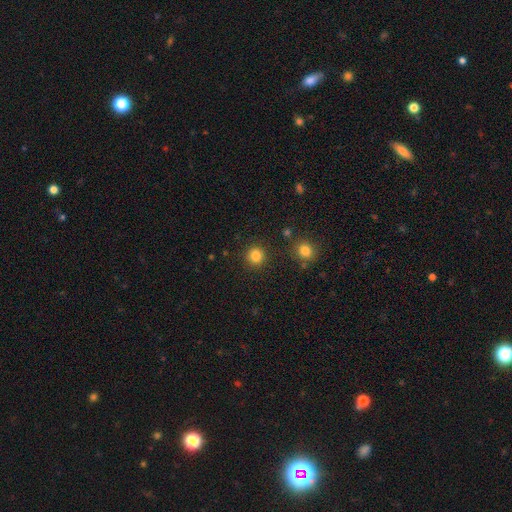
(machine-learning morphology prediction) This appears to be a smooth galaxy with no disk features (84%) that is round (93%). Merging: none (90%).